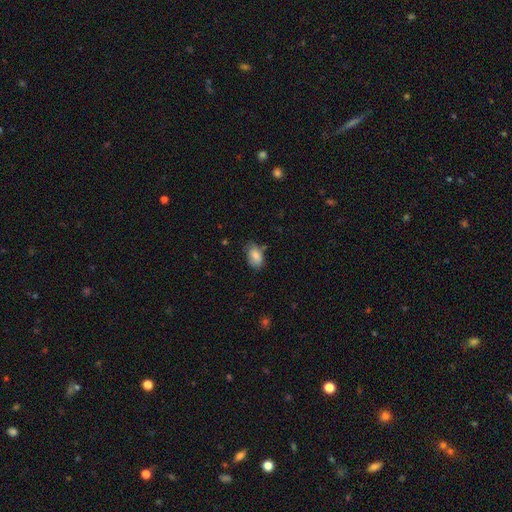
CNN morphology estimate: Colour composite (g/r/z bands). It shows a smooth galaxy with no disk features (82%) that is in between round and cigar-shaped (89%). Merging: none (63%).